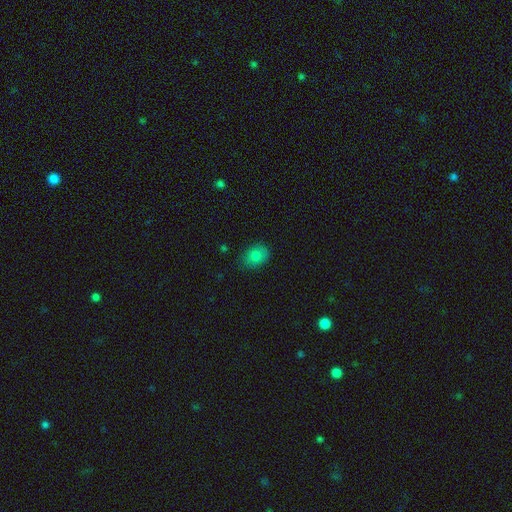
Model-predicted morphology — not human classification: Smooth or featured: smooth — 80% (featured or disk — 10%)
How rounded: in between — 66% (round — 33%)
Merging: none — 74% (minor disturbance — 21%)